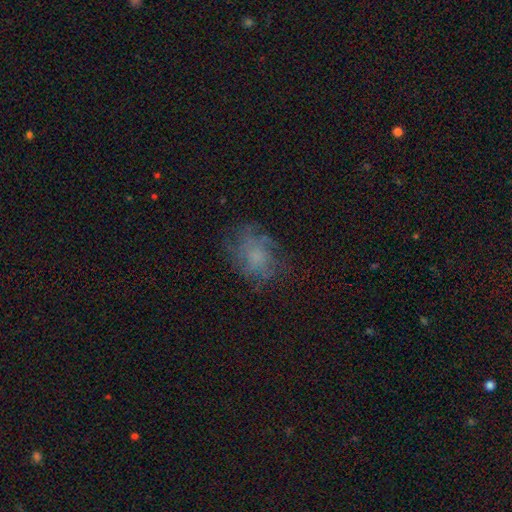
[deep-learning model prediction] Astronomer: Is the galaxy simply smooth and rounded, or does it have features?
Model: featured or disk — 43% (runner-up: smooth, 41%).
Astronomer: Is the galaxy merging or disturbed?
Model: none — 65%.